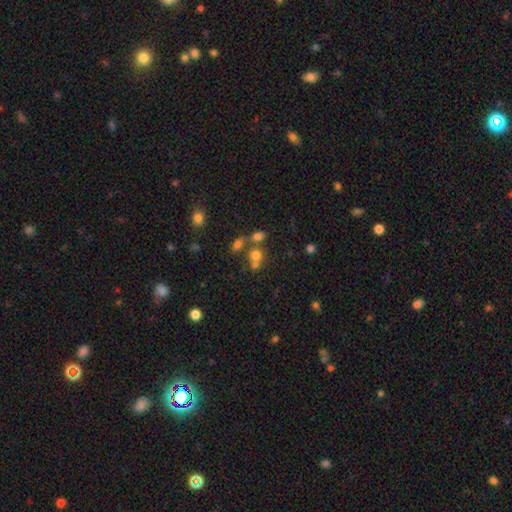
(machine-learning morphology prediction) smooth 69%, star or artifact 19%, featured or disk 11%. Down the decision tree: how rounded — round (76%); merging — none (47%).